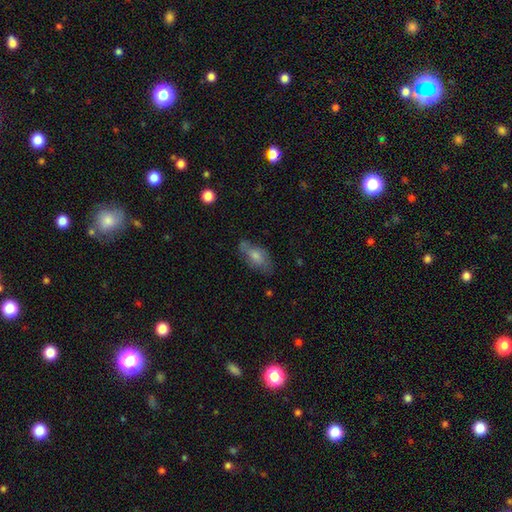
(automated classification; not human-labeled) smooth 65%, featured or disk 28%, star or artifact 7%. Down the decision tree: how rounded — in between (87%); merging — none (55%).